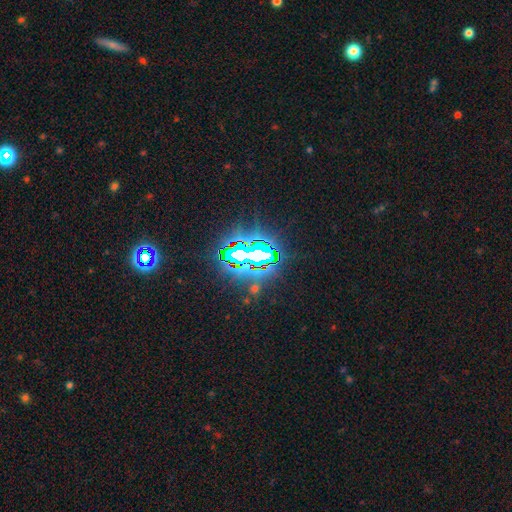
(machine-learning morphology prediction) smooth_or_featured: star or artifact (p=0.79) [alt: featured or disk p=0.11]